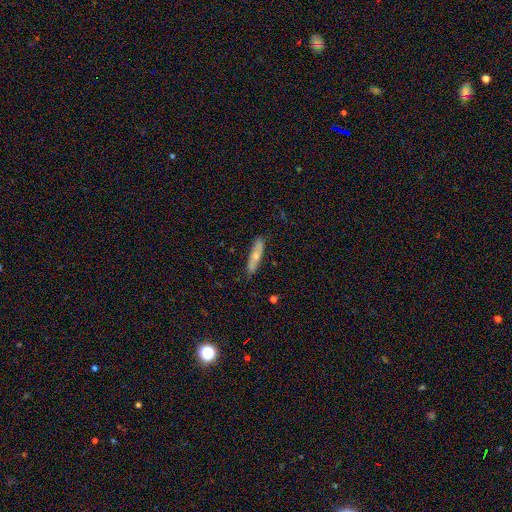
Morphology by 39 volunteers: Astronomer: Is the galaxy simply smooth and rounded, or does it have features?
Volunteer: smooth — 56% (runner-up: featured or disk, 38%).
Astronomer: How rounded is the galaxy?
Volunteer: cigar-shaped — 86%.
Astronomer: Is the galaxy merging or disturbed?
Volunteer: none — 65%.